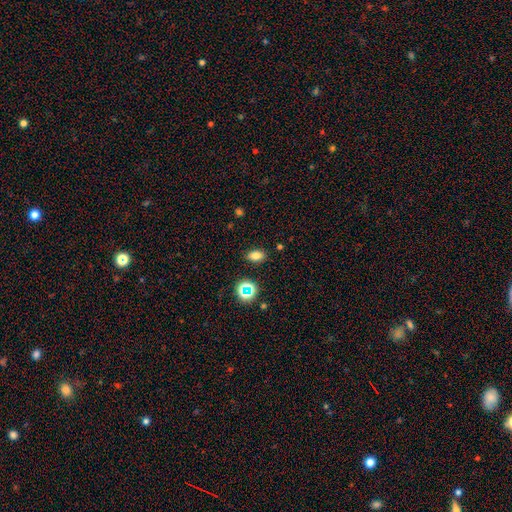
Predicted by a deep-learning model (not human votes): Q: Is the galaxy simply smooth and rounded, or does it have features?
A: smooth — 76%.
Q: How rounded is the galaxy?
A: in between — 81%.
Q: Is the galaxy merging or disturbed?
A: none — 86%.